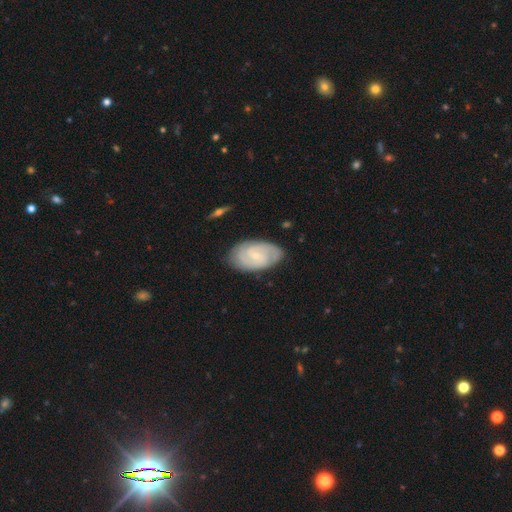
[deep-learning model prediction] Smooth or featured: featured or disk — 77% (smooth — 18%)
Edge-on disk: no — 96% (yes — 4%)
Bar: no — 52% (weak — 41%)
Spiral arms: yes — 93% (no — 7%)
Spiral winding: tight — 59% (medium — 32%)
Spiral arm count: 2 — 56% (can't tell — 23%)
Bulge size: small — 77% (moderate — 19%)
Merging: none — 80% (minor disturbance — 15%)